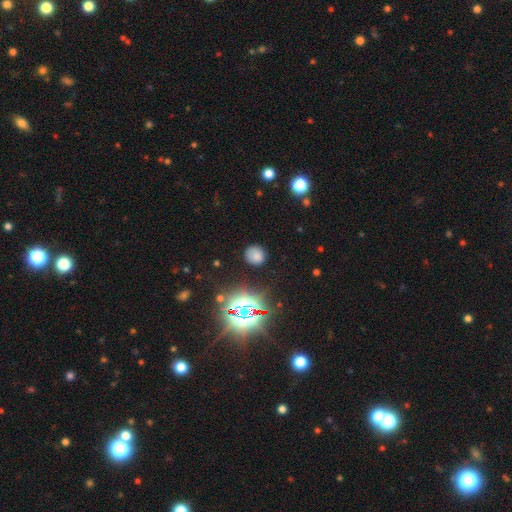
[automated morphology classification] type=smooth (70%); roundness=round (83%); merging=none (82%).